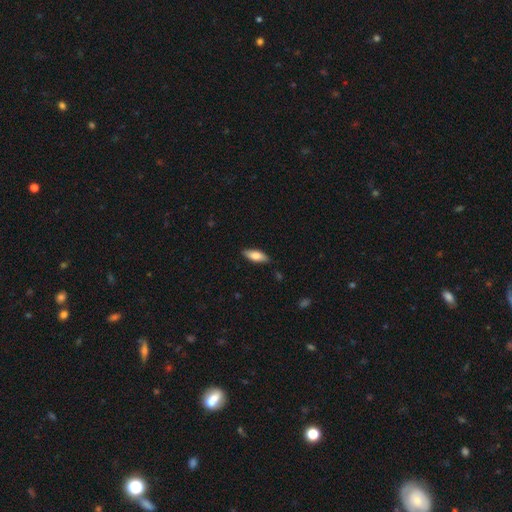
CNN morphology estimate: Q: Smooth or featured?
A: smooth (77%); runner-up: featured or disk (17%)
Q: How rounded?
A: in between (70%); runner-up: cigar-shaped (28%)
Q: Merging?
A: none (85%); runner-up: minor disturbance (11%)